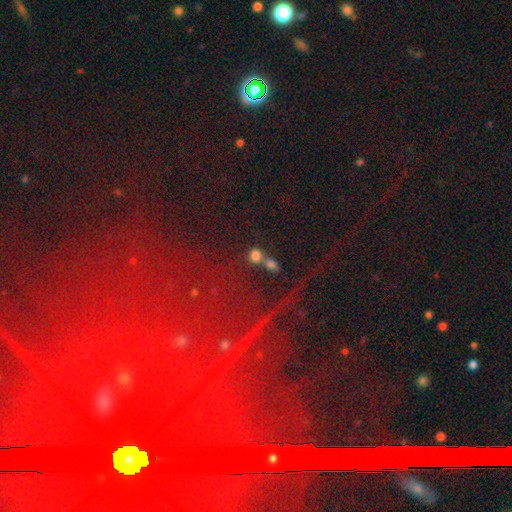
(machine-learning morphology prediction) A smooth galaxy with no disk features (73%) that is round (74%). Merging: merger (48%).